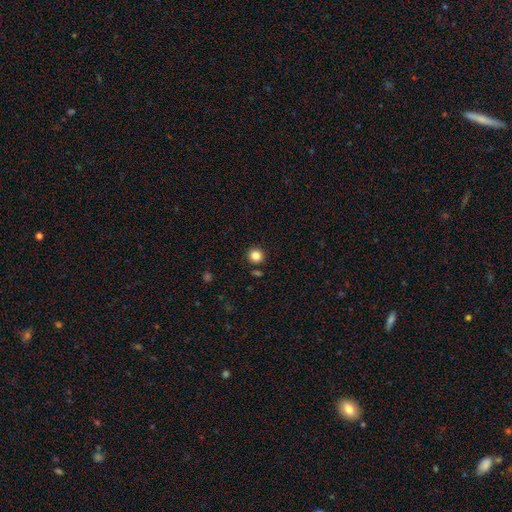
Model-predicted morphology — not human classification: smooth-or-featured: smooth: 85% | star or artifact: 11% | featured or disk: 4%
  how-rounded: round: 90% | in between: 9% | cigar-shaped: 1%
  merging: none: 87% | minor disturbance: 7% | merger: 3% | major disturbance: 2%